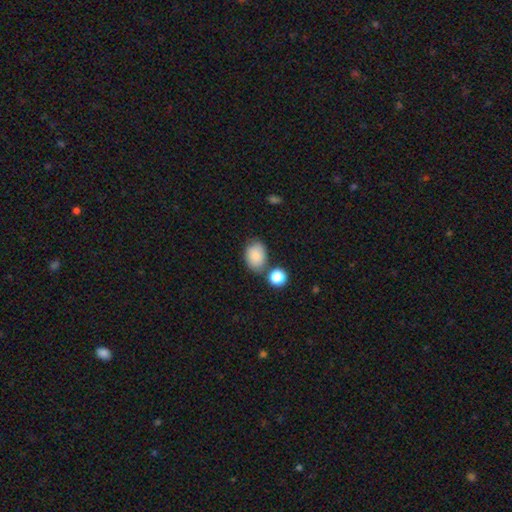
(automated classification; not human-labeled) A smooth galaxy with no disk features (84%) that is in between round and cigar-shaped (78%). Merging: none (65%).